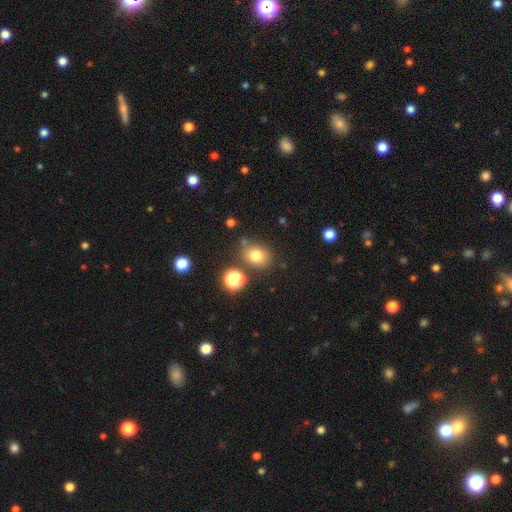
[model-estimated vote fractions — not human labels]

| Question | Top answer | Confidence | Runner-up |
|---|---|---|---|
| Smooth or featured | smooth | 77% | star or artifact (14%) |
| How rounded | round | 51% | in between (47%) |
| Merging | none | 73% | minor disturbance (14%) |